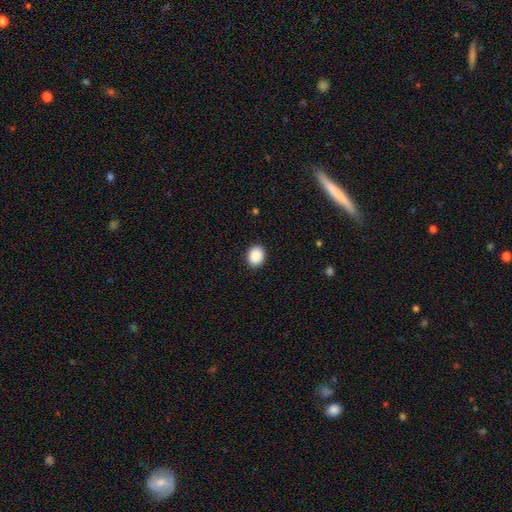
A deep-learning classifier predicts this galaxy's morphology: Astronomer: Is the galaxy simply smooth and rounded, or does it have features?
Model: smooth — 89%.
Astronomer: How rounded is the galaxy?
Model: round — 54% (runner-up: in between, 45%).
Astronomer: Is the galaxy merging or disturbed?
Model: none — 91%.